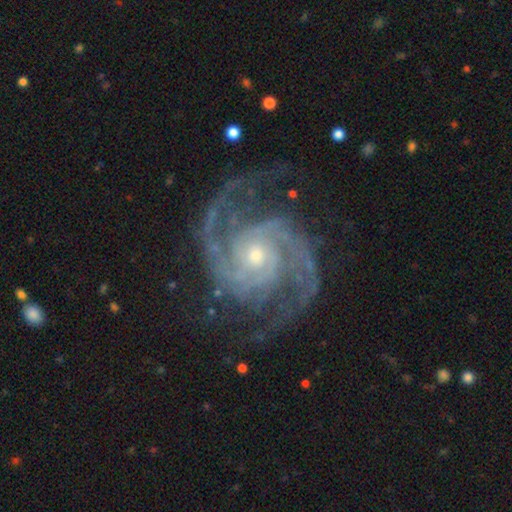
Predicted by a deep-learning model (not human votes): Smooth or featured? featured or disk (94%)
Edge-on disk? no (98%)
Bar? no (69%)
Spiral arms? yes (99%)
Spiral winding? tight (47%, tied with medium)
Spiral arm count? 2 (69%)
Bulge size? small (51%)
Merging? none (76%)